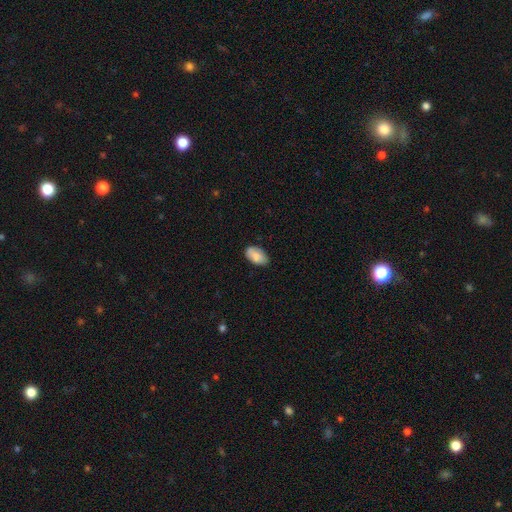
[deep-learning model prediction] This appears to be a smooth galaxy with no disk features (82%) that is in between round and cigar-shaped (94%). Merging: none (78%).